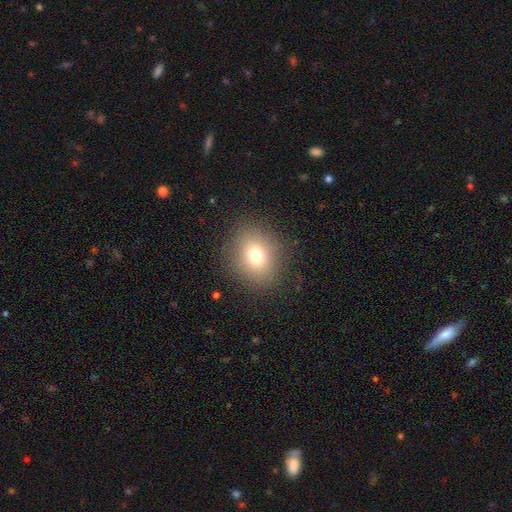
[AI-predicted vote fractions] Smooth or featured? smooth (74%)
How rounded? round (64%)
Merging? none (86%)